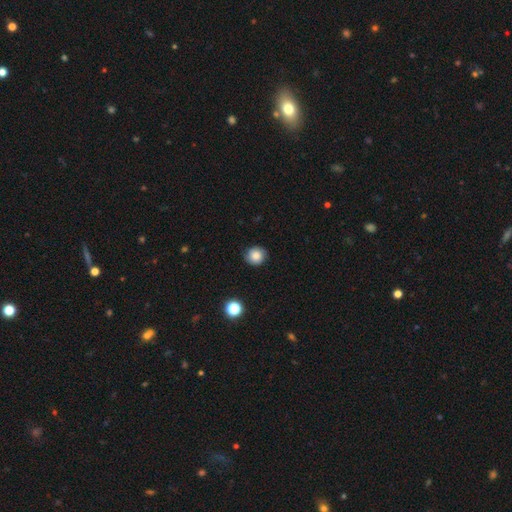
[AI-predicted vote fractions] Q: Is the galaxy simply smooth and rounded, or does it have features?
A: smooth — 82%.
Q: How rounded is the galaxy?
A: round — 91%.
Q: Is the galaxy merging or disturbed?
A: none — 87%.